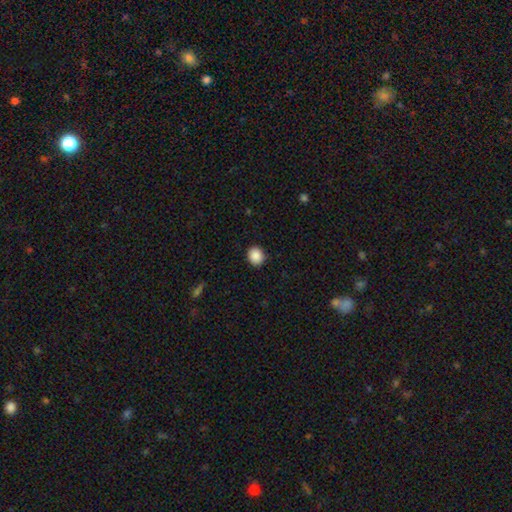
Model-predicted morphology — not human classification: type=smooth (89%); roundness=round (78%); merging=none (90%).